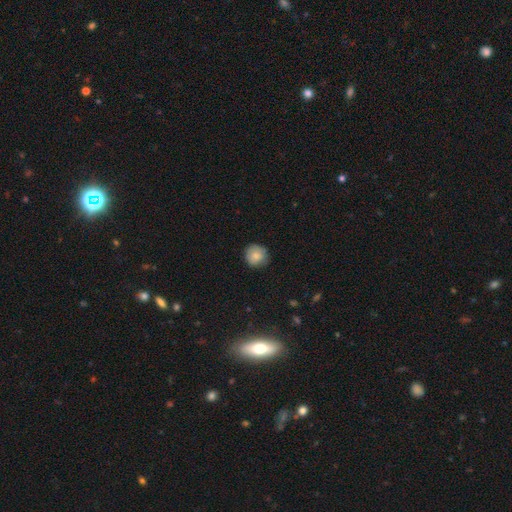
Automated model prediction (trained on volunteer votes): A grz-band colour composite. It shows a smooth galaxy with no disk features (81%) that is round (92%). Merging: none (81%).